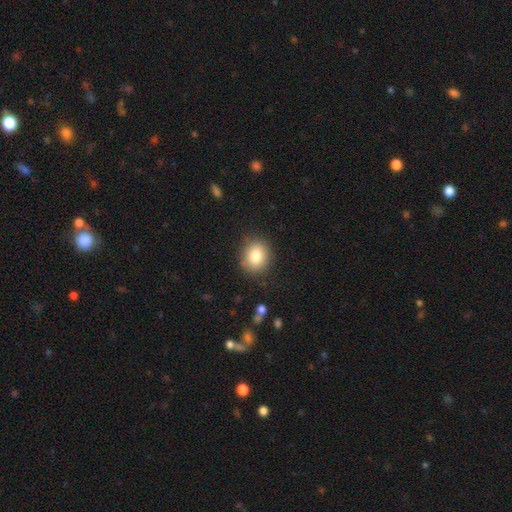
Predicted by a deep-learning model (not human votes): A smooth galaxy with no disk features (82%) that is round (69%). Merging: none (85%).